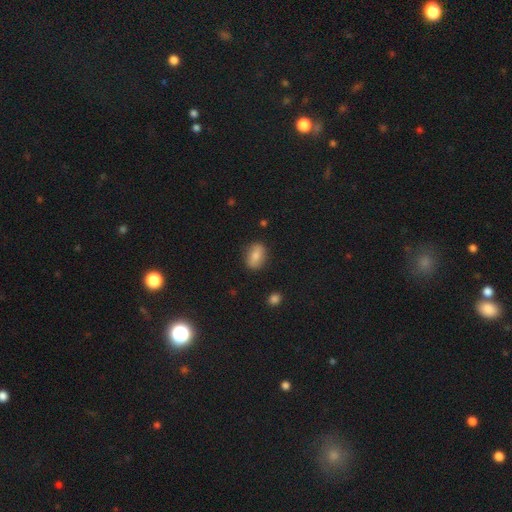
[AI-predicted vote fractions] smooth-or-featured: smooth: 77% | featured or disk: 16% | star or artifact: 8%
  how-rounded: in between: 77% | round: 19% | cigar-shaped: 3%
  merging: none: 83% | minor disturbance: 12% | major disturbance: 3% | merger: 2%